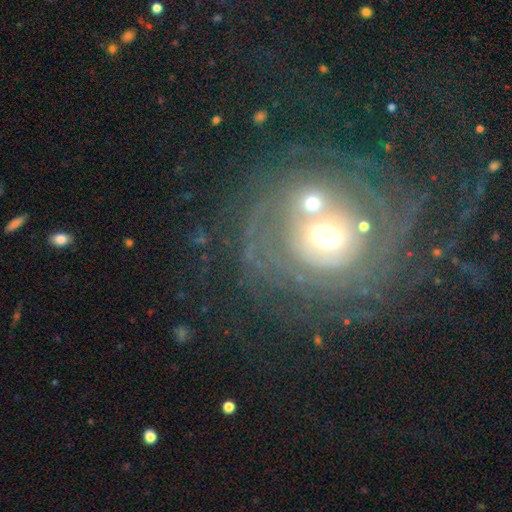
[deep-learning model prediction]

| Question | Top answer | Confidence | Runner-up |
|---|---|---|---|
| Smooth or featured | featured or disk | 68% | smooth (18%) |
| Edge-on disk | no | 96% | yes (4%) |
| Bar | no | 66% | weak (24%) |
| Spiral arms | yes | 69% | no (31%) |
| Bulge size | moderate | 61% | small (18%) |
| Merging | none | 59% | minor disturbance (15%) |